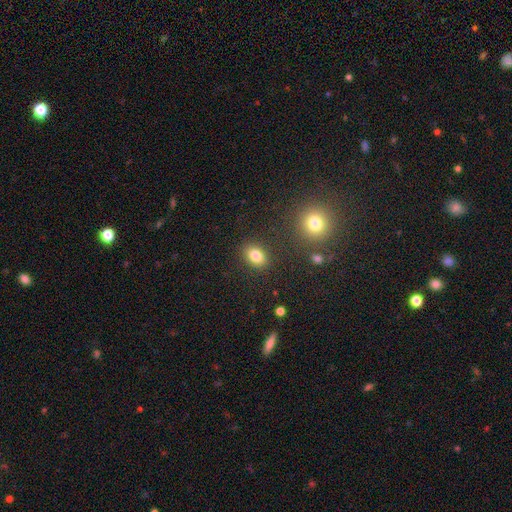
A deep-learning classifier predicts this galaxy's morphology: A smooth galaxy with no disk features (82%) that is in between round and cigar-shaped (75%). Merging: none (86%).